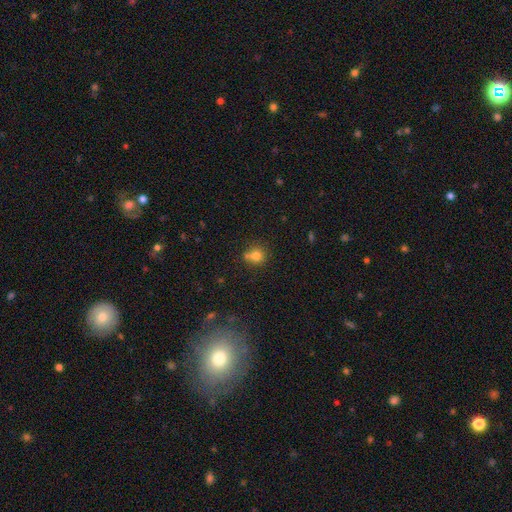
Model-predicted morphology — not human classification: Smooth or featured?
  - smooth: 77% *
  - star or artifact: 13%
  - featured or disk: 10%
How rounded?
  - round: 79% *
  - in between: 20%
  - cigar-shaped: 1%
Merging?
  - none: 55% *
  - minor disturbance: 19%
  - merger: 19%
  - major disturbance: 7%